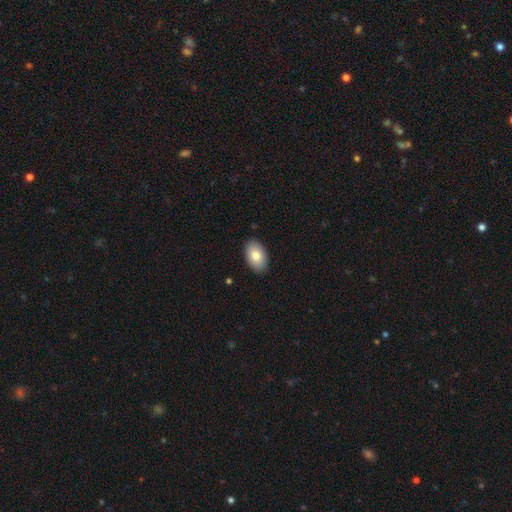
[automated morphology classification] Overall: smooth (79%). How rounded: in between (91%). Merging: none (90%).